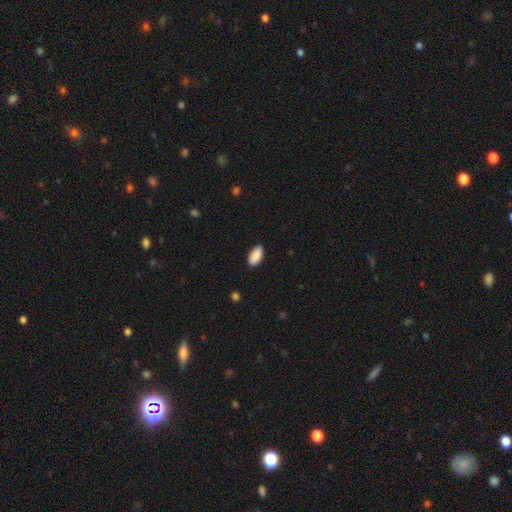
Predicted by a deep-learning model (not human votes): This is clearly a smooth galaxy (90%). How rounded: clearly in between (93%). Merging: clearly none (88%).